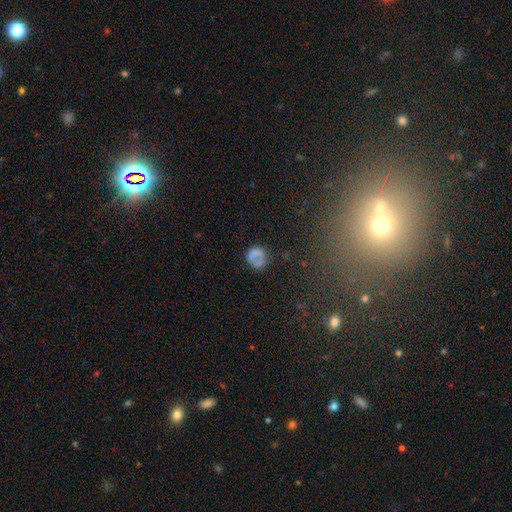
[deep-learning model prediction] Overall: smooth (61%; featured or disk 22%). How rounded: round (83%). Merging: none (65%).